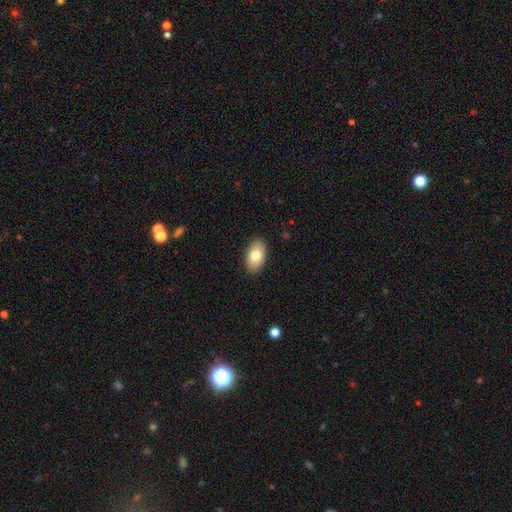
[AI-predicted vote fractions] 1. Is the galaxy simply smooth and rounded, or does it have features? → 80% smooth, 14% featured or disk, 7% star or artifact.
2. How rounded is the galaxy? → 93% in between, 5% round, 2% cigar-shaped.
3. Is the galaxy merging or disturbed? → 89% none, 8% minor disturbance, 2% major disturbance, 1% merger.